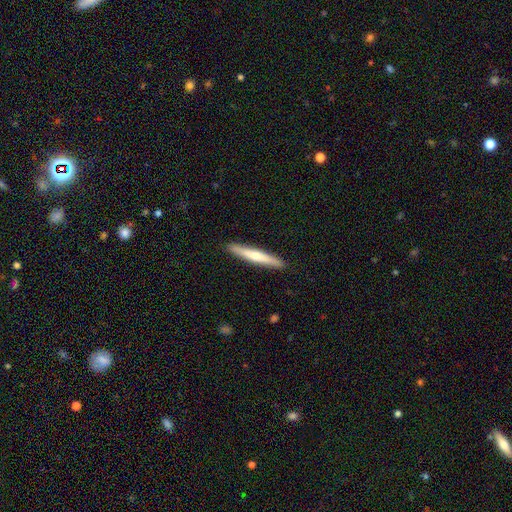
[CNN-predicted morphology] The model was most divided on "smooth or featured": smooth: 54%, featured or disk: 41%, star or artifact: 5%. More confident: how rounded — cigar-shaped (95%); merging — none (92%).